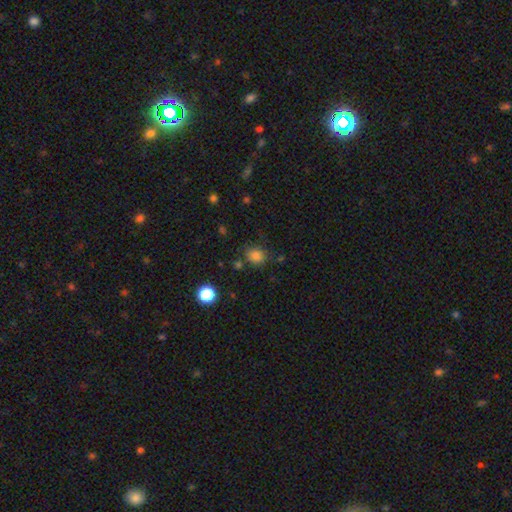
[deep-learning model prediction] The model was most divided on "how rounded": round: 71%, in between: 28%, cigar-shaped: 1%. More confident: smooth or featured — smooth (81%); merging — none (74%).